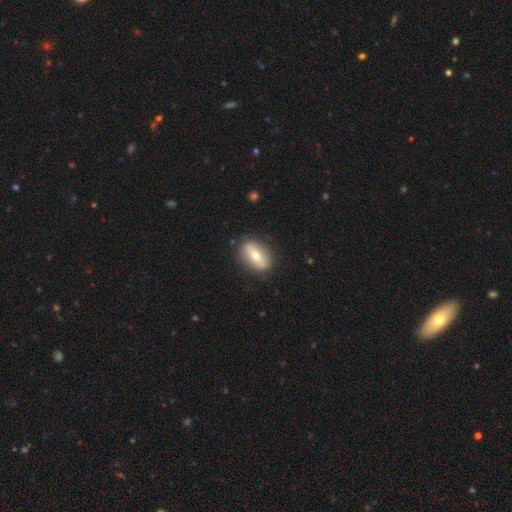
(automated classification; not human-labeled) A smooth galaxy with no disk features (60%) that is in between round and cigar-shaped (82%). Merging: none (85%).